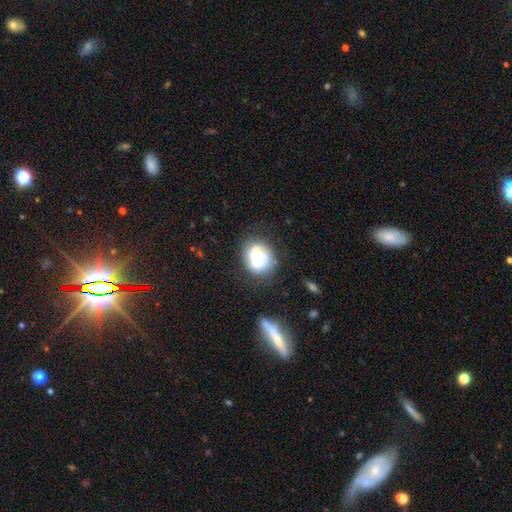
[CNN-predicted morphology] Smooth or featured?
  - smooth: 52% *
  - featured or disk: 39%
  - star or artifact: 10%
How rounded?
  - round: 64% *
  - in between: 35%
  - cigar-shaped: 1%
Merging?
  - none: 53% *
  - minor disturbance: 23%
  - merger: 13%
  - major disturbance: 11%